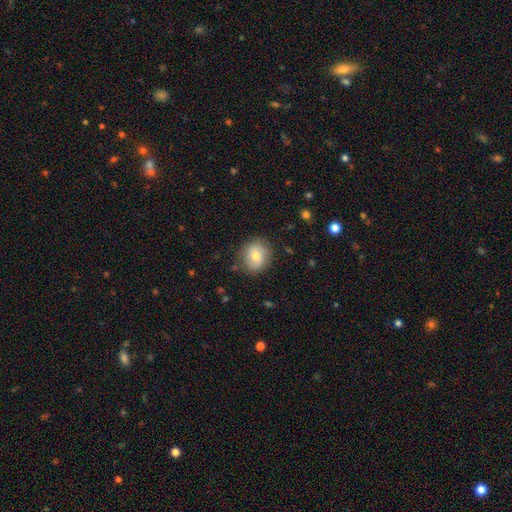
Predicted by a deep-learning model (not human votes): Overall: smooth (70%). How rounded: round (71%). Merging: none (81%).